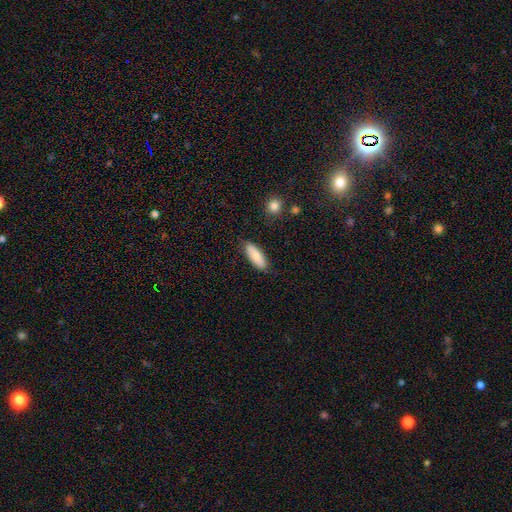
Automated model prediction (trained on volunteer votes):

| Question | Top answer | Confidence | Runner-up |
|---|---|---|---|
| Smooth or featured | smooth | 79% | featured or disk (15%) |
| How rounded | in between | 69% | cigar-shaped (29%) |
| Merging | none | 82% | minor disturbance (14%) |